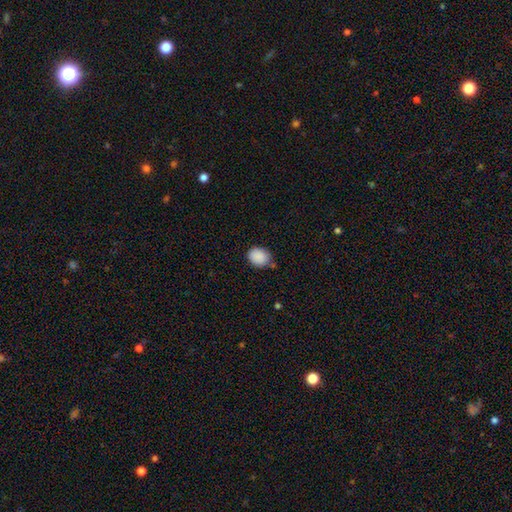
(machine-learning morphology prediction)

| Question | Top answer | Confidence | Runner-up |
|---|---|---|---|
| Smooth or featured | smooth | 89% | star or artifact (8%) |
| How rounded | in between | 50% | round (49%) |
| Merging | none | 74% | minor disturbance (18%) |